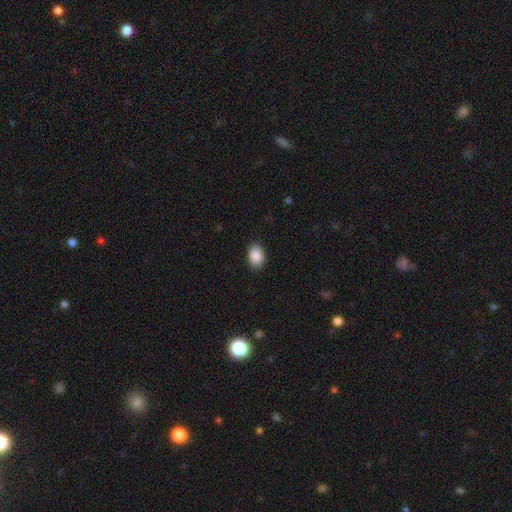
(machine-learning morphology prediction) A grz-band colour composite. It shows a smooth galaxy with no disk features (89%) that is in between round and cigar-shaped (86%). Merging: none (88%).